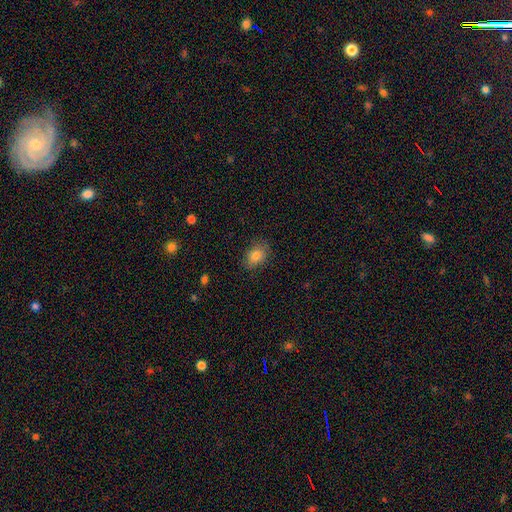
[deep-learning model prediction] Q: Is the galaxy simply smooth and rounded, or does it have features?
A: smooth — 81%.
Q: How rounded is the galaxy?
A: in between — 75%.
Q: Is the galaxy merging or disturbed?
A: none — 79%.